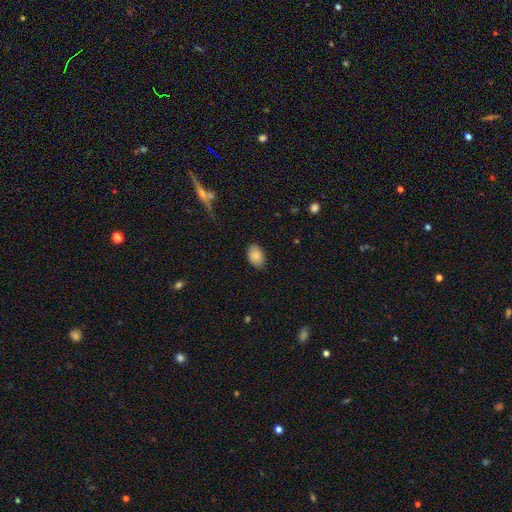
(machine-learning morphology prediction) Overall: smooth (83%). How rounded: in between (87%). Merging: none (84%).